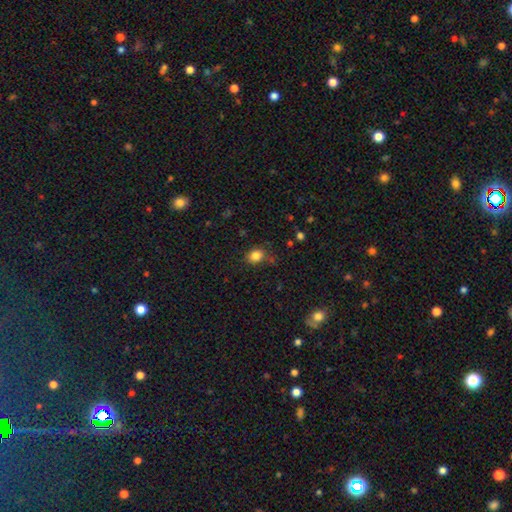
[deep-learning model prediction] Q: Smooth or featured?
A: smooth (83%); runner-up: star or artifact (12%)
Q: How rounded?
A: round (58%); runner-up: in between (41%)
Q: Merging?
A: none (78%); runner-up: minor disturbance (14%)